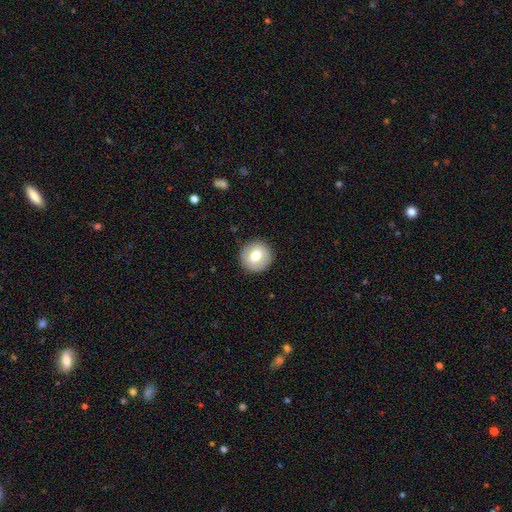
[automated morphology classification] A smooth galaxy with no disk features (71%) that is round (92%). Merging: none (90%).